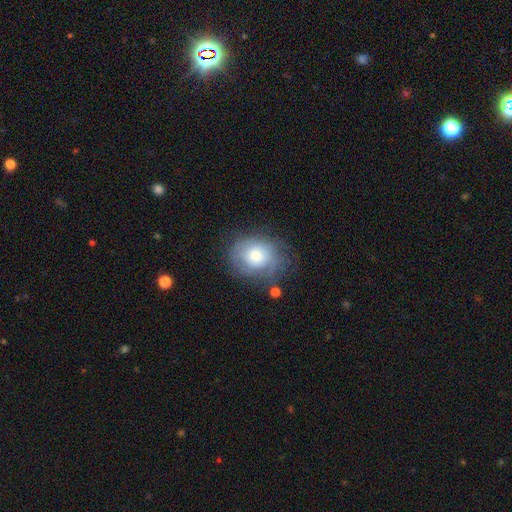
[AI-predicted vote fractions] Smooth or featured? Predicted: smooth (p=0.53). How rounded? Predicted: round (p=0.63). Merging? Predicted: none (p=0.61).